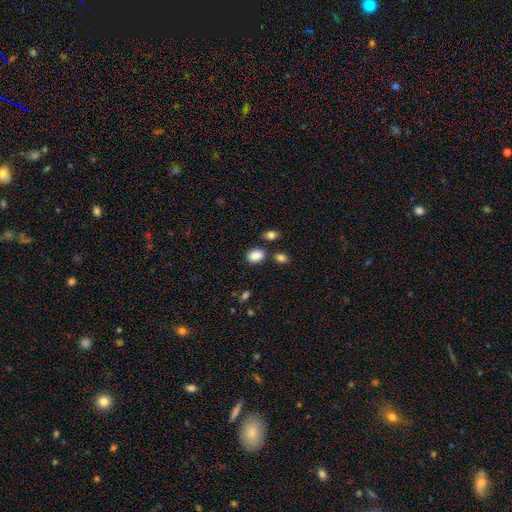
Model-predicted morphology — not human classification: Smooth or featured? smooth (87%)
How rounded? in between (73%)
Merging? none (74%)